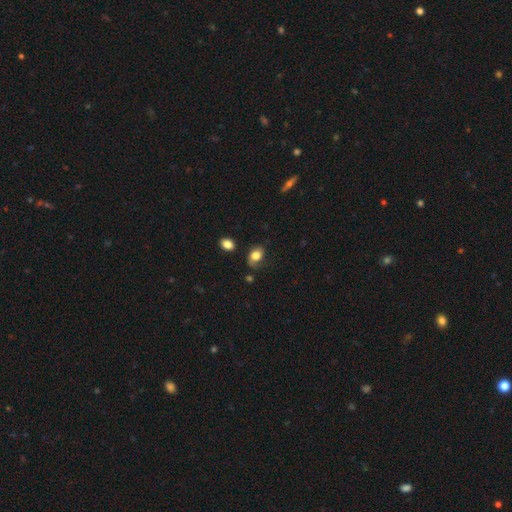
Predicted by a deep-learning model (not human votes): smooth-or-featured: smooth: 79% | featured or disk: 12% | star or artifact: 9%
  how-rounded: in between: 74% | round: 25% | cigar-shaped: 1%
  merging: none: 60% | minor disturbance: 27% | major disturbance: 9% | merger: 4%